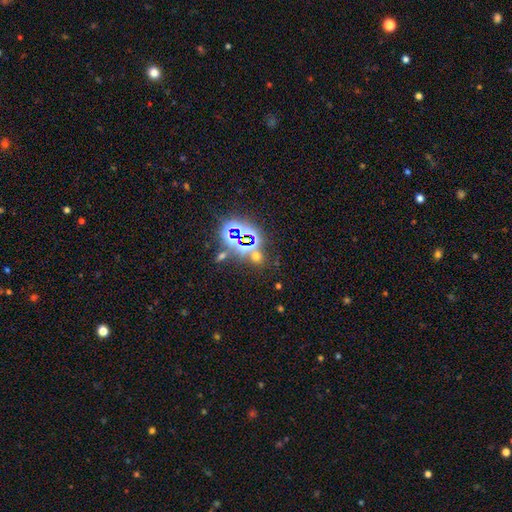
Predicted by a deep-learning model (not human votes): A star or artifact, not a galaxy (59%).